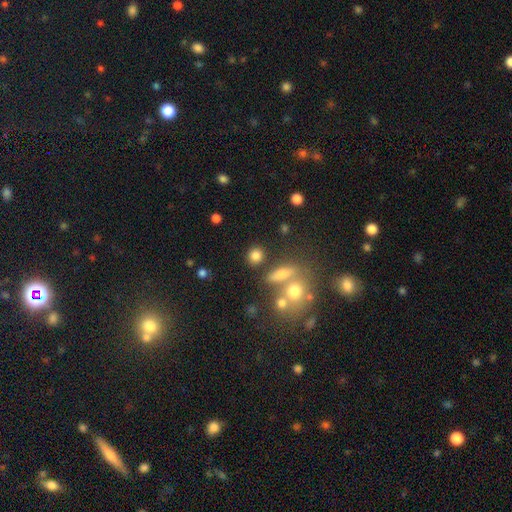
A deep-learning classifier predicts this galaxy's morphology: Smooth or featured? smooth (78%)
How rounded? round (75%)
Merging? none (78%)